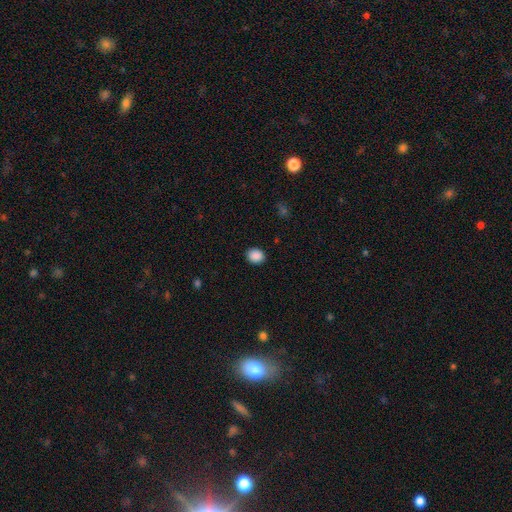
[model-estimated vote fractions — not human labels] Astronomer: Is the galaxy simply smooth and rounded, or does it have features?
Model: smooth — 89%.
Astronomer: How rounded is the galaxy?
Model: round — 65%.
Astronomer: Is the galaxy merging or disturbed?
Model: none — 90%.